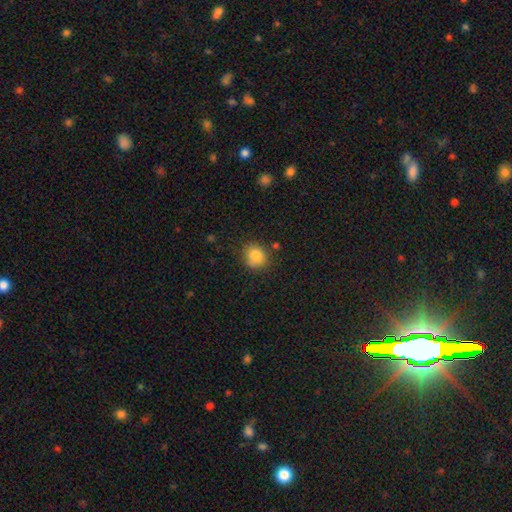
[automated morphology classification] This appears to be a smooth galaxy with no disk features (84%) that is round (74%). Merging: none (73%).